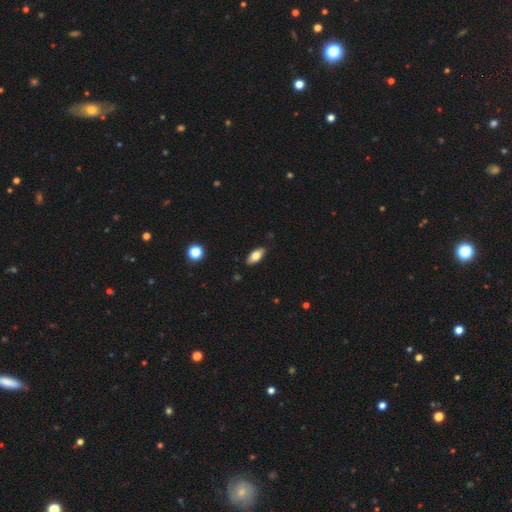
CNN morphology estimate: Overall: smooth (75%). How rounded: in between (87%). Merging: none (87%).